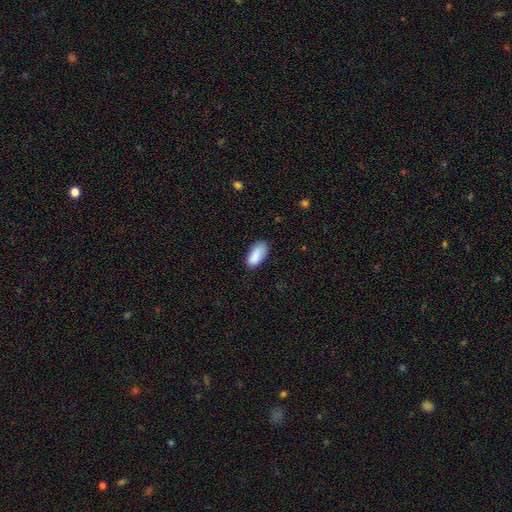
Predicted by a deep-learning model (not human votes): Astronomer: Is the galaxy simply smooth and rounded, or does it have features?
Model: smooth — 89%.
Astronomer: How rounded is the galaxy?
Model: in between — 91%.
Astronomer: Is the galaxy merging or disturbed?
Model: none — 78%.